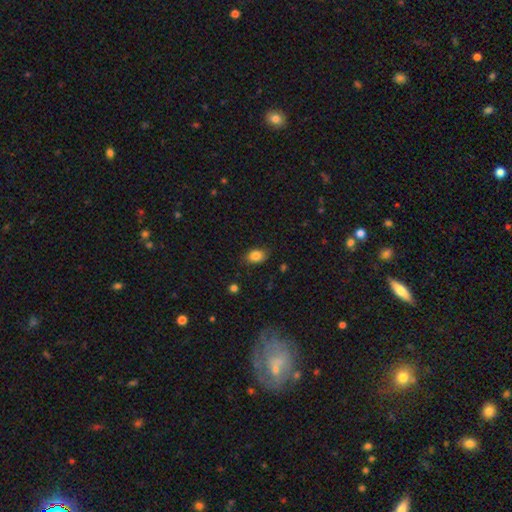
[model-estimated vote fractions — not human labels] Smooth or featured: smooth — 85% (star or artifact — 9%)
How rounded: in between — 75% (round — 24%)
Merging: none — 81% (minor disturbance — 15%)